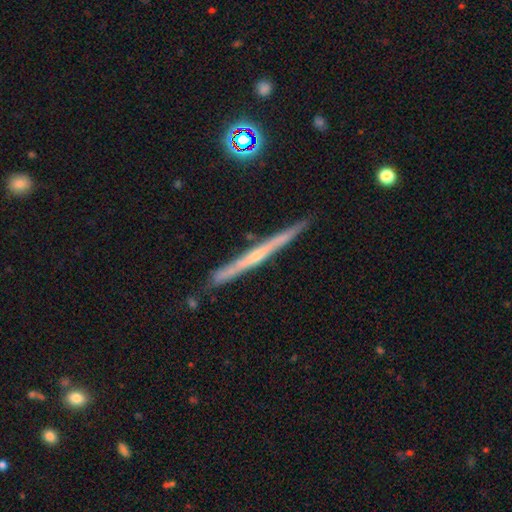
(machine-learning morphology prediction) smooth_or_featured: featured or disk (p=0.71) [alt: smooth p=0.21]
disk_edge_on: yes (p=0.97) [alt: no p=0.03]
edge_on_bulge: none (p=0.52) [alt: rounded p=0.43]
merging: none (p=0.87) [alt: minor disturbance p=0.10]